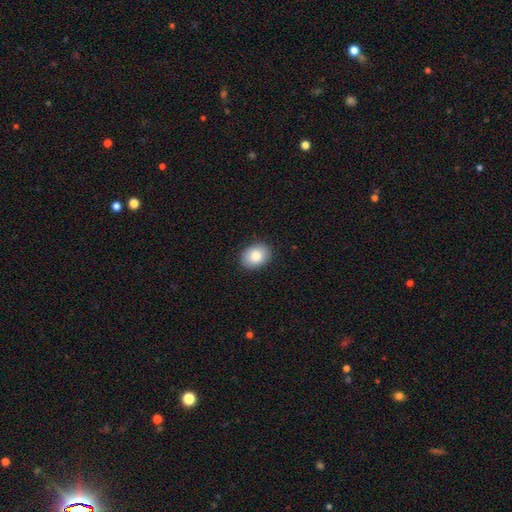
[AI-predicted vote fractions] Q: Smooth or featured?
A: smooth (85%); runner-up: featured or disk (8%)
Q: How rounded?
A: in between (63%); runner-up: round (36%)
Q: Merging?
A: none (89%); runner-up: minor disturbance (8%)